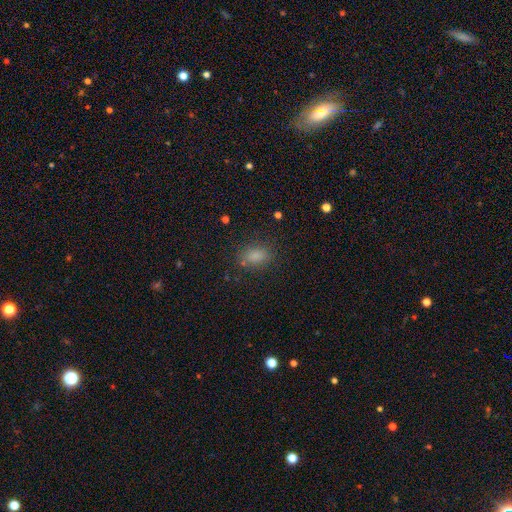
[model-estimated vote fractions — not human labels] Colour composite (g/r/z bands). It shows a smooth galaxy with no disk features (82%) that is in between round and cigar-shaped (82%). Merging: none (80%).